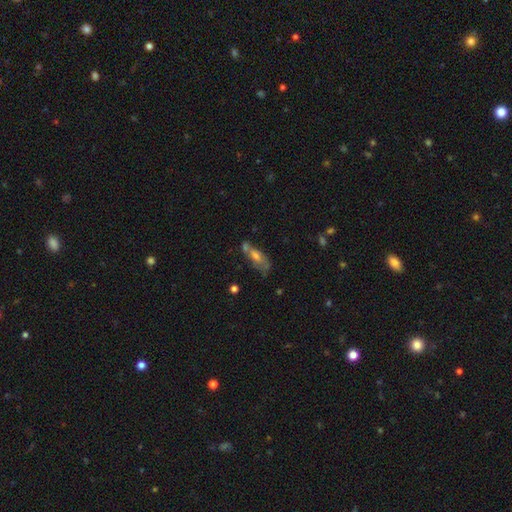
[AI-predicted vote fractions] smooth-or-featured: smooth: 48% | featured or disk: 42% | star or artifact: 10%
  merging: none: 35% | merger: 29% | minor disturbance: 23% | major disturbance: 14%